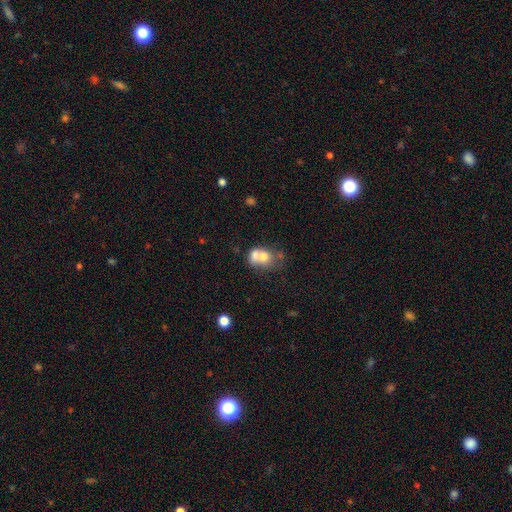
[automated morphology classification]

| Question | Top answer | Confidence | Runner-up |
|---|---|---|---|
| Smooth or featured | smooth | 66% | featured or disk (23%) |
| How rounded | round | 53% | in between (46%) |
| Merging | merger | 63% | none (22%) |